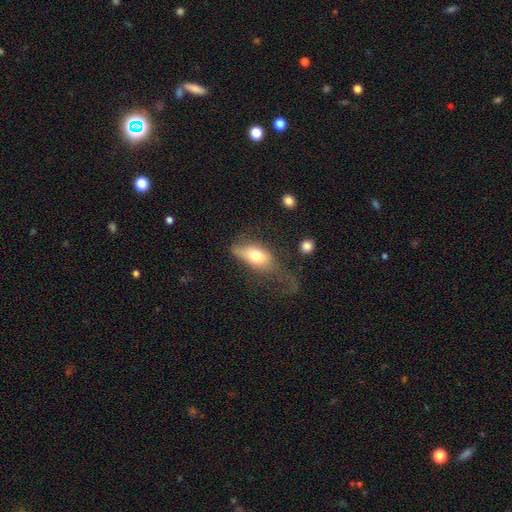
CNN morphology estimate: This appears to be a smooth galaxy with no disk features (66%) that is in between round and cigar-shaped (83%). Merging: major disturbance (46%).